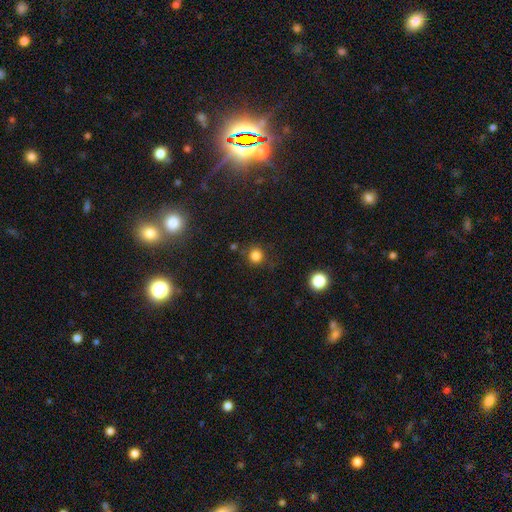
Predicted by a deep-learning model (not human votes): Morphology: type=smooth (81%); roundness=round (91%); merging=none (81%).